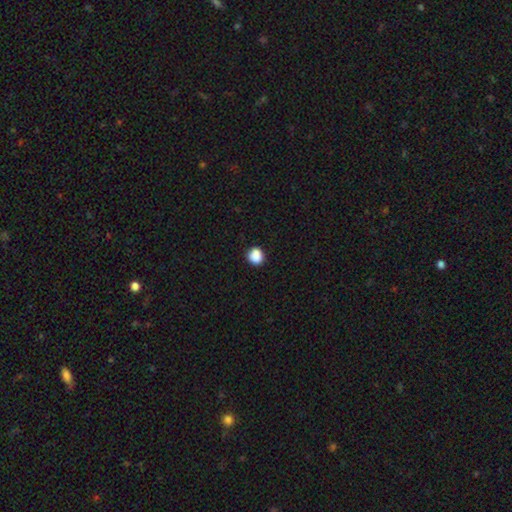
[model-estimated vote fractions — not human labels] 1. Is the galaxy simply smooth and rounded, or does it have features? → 86% smooth, 10% star or artifact, 4% featured or disk.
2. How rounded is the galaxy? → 81% round, 18% in between, 1% cigar-shaped.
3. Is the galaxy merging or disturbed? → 79% none, 14% minor disturbance, 4% merger, 3% major disturbance.